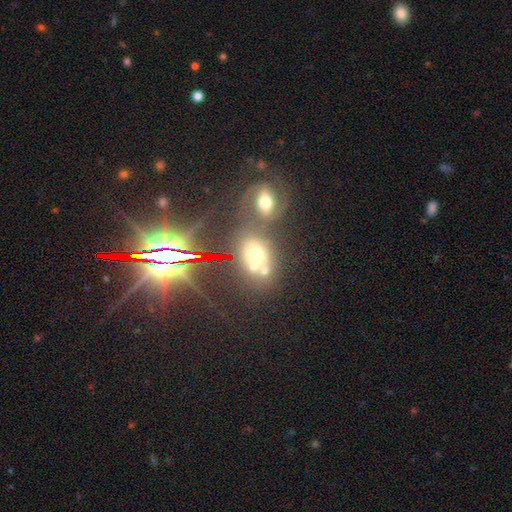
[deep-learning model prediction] This is marginally a smooth galaxy (41%). Merging: possibly merger (52%).